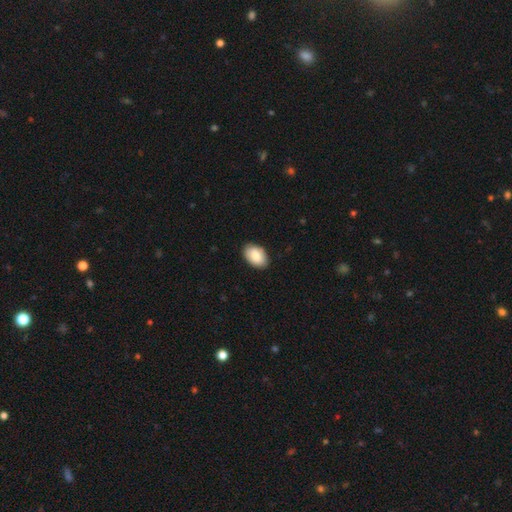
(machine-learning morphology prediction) The model was most divided on "smooth or featured": smooth: 85%, featured or disk: 9%, star or artifact: 6%. More confident: how rounded — in between (91%); merging — none (87%).